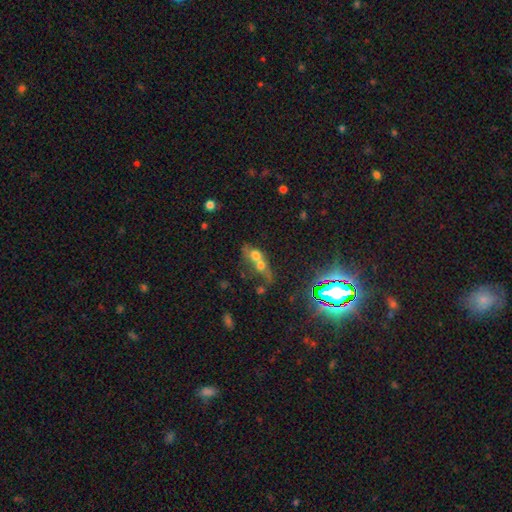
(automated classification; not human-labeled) This is possibly a smooth galaxy (56%). How rounded: possibly round (53%). Merging: likely merger (73%).